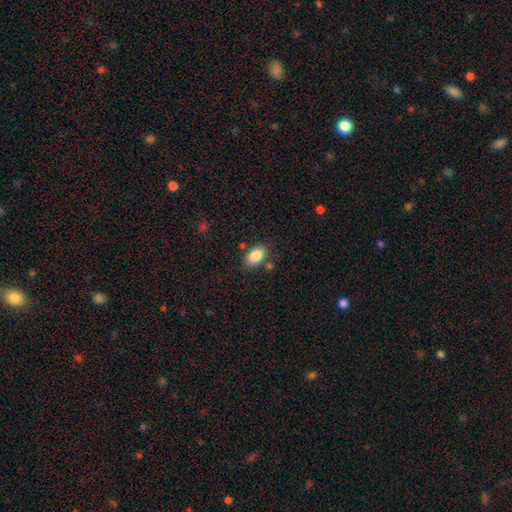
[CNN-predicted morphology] Smooth or featured: smooth — 86% (star or artifact — 8%)
How rounded: in between — 92% (round — 6%)
Merging: none — 79% (minor disturbance — 12%)